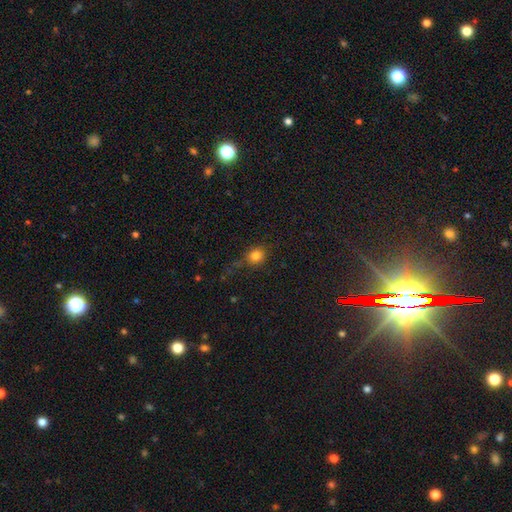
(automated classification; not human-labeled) Morphology: type=smooth (80%); roundness=round (80%); merging=none (74%).